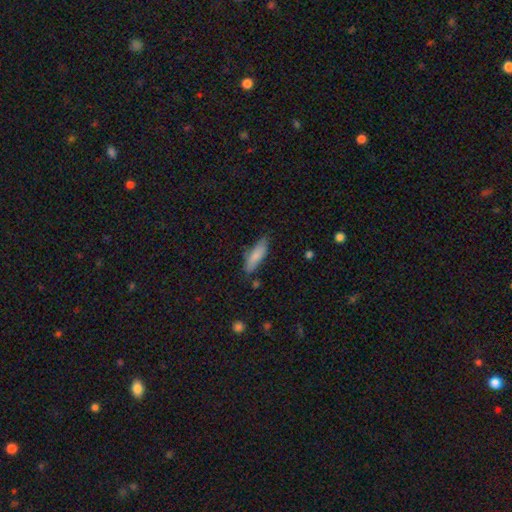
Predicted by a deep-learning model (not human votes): Morphology: type=smooth (82%); roundness=cigar-shaped (49%, tied with in between); merging=none (74%).